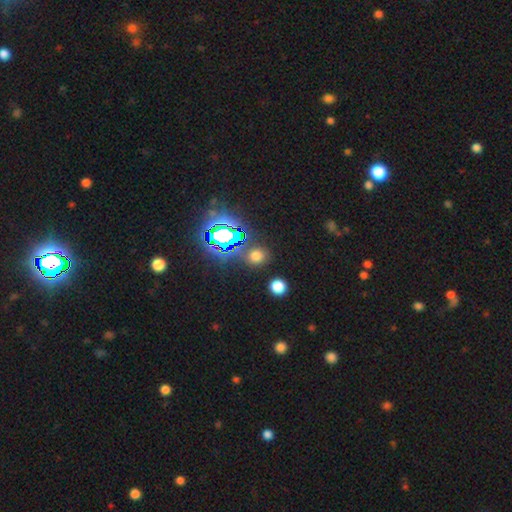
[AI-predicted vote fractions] Smooth or featured: smooth — 58% (star or artifact — 35%)
How rounded: round — 77% (in between — 21%)
Merging: none — 82% (minor disturbance — 9%)